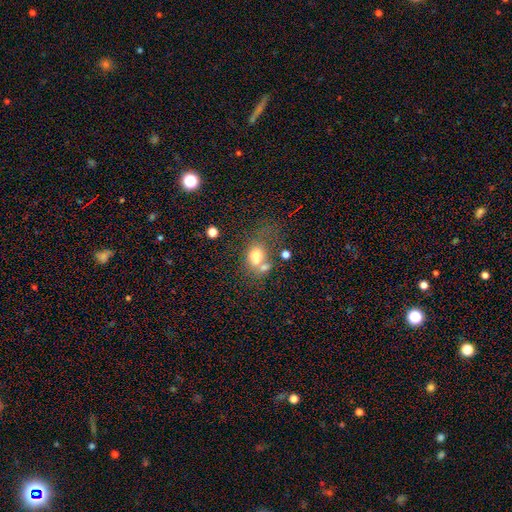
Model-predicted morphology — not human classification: A smooth galaxy with no disk features (68%) that is in between round and cigar-shaped (57%). Merging: merger (45%).